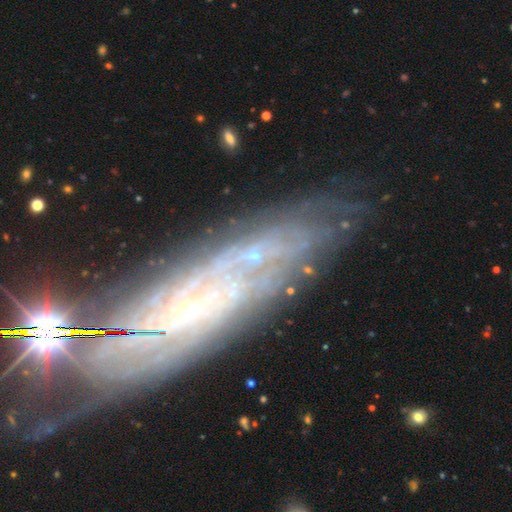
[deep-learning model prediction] This appears to be a featured or disk galaxy (71%) with no bar (74%), spiral arms (75%) and a small central bulge (73%). Merging: none (71%).